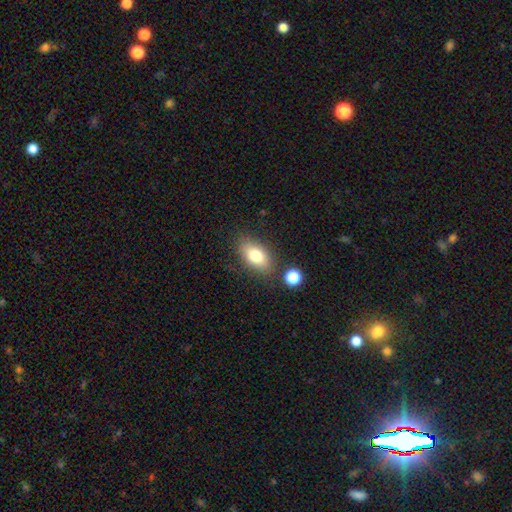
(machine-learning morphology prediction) smooth_or_featured: smooth (p=0.78) [alt: featured or disk p=0.14]
how_rounded: in between (p=0.87) [alt: round p=0.08]
merging: none (p=0.78) [alt: minor disturbance p=0.13]